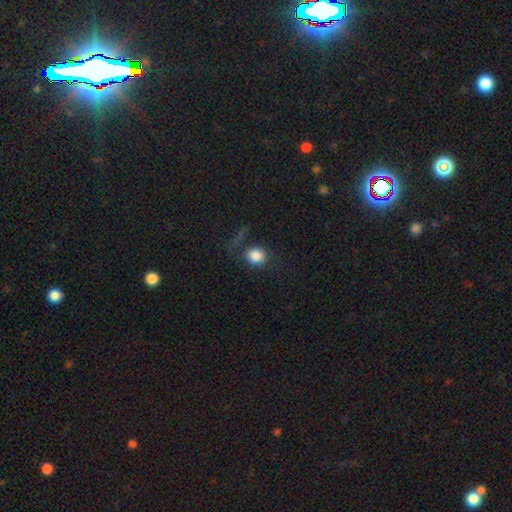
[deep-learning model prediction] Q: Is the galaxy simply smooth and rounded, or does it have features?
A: smooth — 84%.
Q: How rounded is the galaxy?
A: round — 83%.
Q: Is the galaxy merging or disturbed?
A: none — 72%.